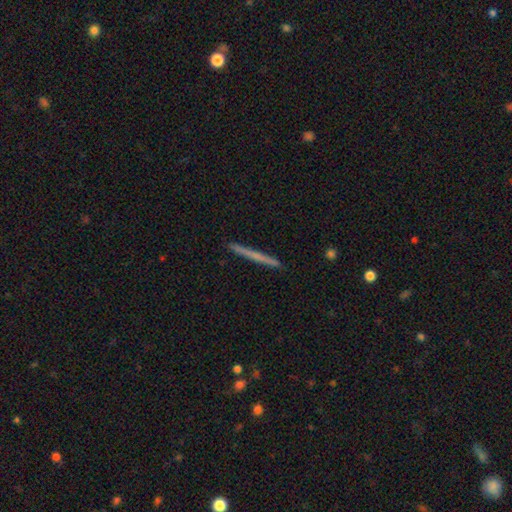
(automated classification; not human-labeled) Morphology: type=smooth (51%); roundness=cigar-shaped (97%); merging=none (92%).